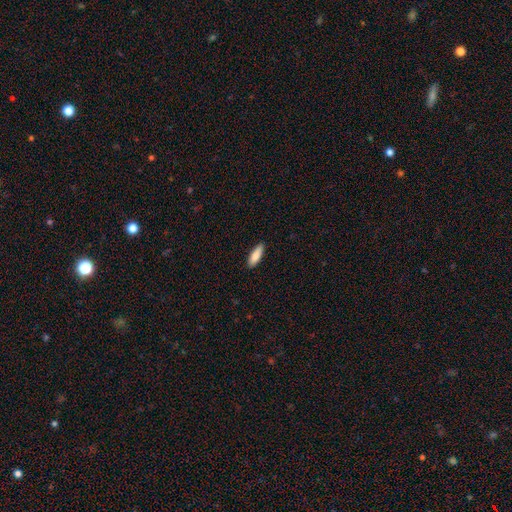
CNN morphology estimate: A smooth galaxy with no disk features (85%) that is in between round and cigar-shaped (54%).

Vote fractions:
- Smooth or featured? smooth: 85% / featured or disk: 9% / star or artifact: 6%
- How rounded? in between: 54% / cigar-shaped: 44% / round: 2%
- Merging? none: 89% / minor disturbance: 8% / major disturbance: 2% / merger: 1%